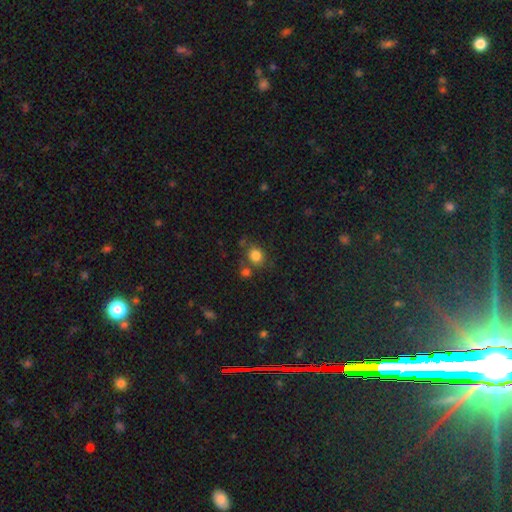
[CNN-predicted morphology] This is clearly a smooth galaxy (81%). How rounded: likely round (73%). Merging: likely none (68%).